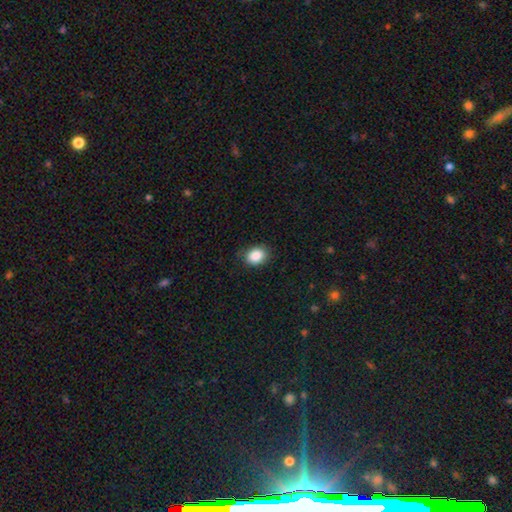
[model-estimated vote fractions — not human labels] The model was most divided on "how rounded": in between: 60%, round: 39%, cigar-shaped: 1%. More confident: smooth or featured — smooth (88%); merging — none (82%).